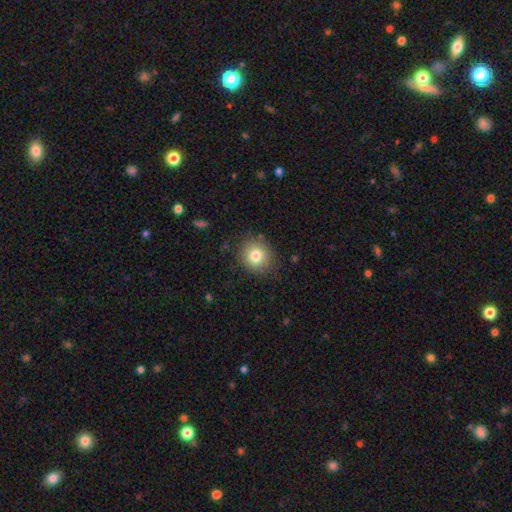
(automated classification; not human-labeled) smooth 80%, star or artifact 10%, featured or disk 10%. Down the decision tree: how rounded — round (87%); merging — none (86%).